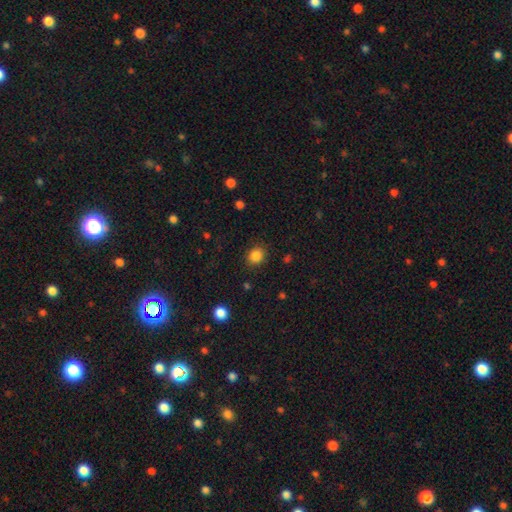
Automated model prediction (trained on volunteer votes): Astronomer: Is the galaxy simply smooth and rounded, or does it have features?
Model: smooth — 85%.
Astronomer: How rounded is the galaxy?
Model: round — 77%.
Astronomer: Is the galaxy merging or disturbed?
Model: none — 87%.